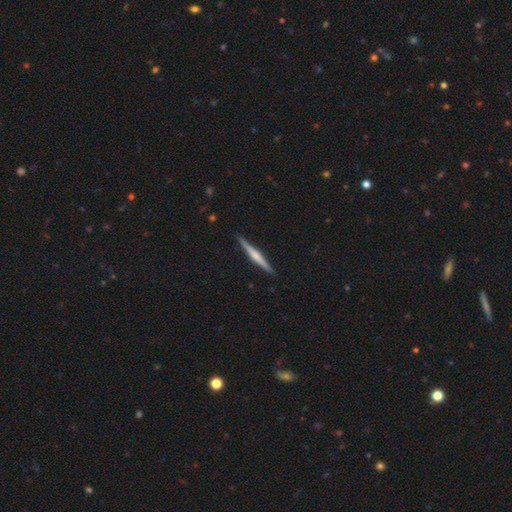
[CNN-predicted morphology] Smooth or featured?
  - featured or disk: 70% *
  - smooth: 25%
  - star or artifact: 5%
Edge-on disk?
  - yes: 98% *
  - no: 2%
Edge-on bulge?
  - rounded: 72% *
  - none: 16%
  - boxy: 12%
Merging?
  - none: 92% *
  - minor disturbance: 6%
  - major disturbance: 1%
  - merger: 1%